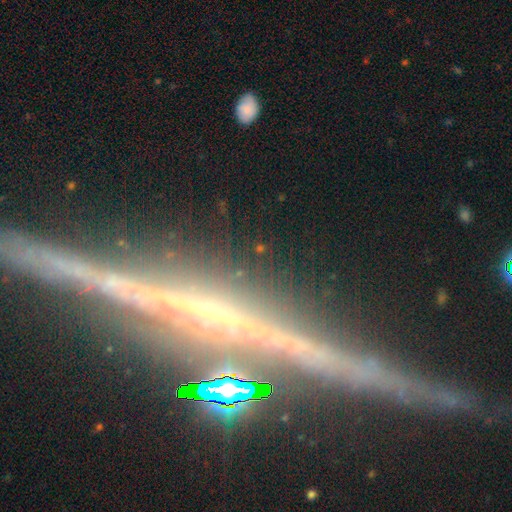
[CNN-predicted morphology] Overall: featured or disk (66%). Edge-on disk: yes (89%). Edge-on bulge: none (46%; rounded 36%). Merging: none (78%).